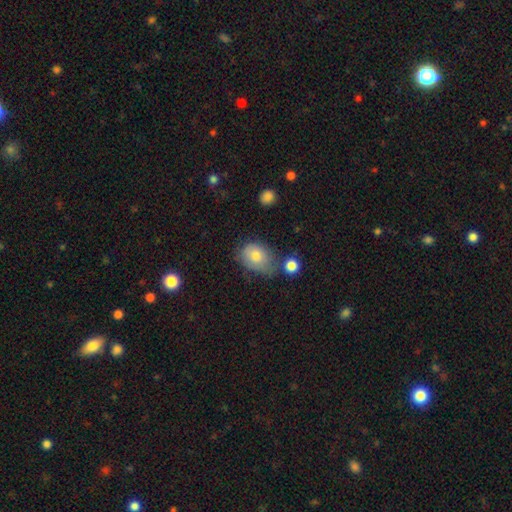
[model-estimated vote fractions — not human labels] Q: Smooth or featured?
A: smooth (75%); runner-up: featured or disk (16%)
Q: How rounded?
A: in between (68%); runner-up: round (31%)
Q: Merging?
A: none (43%); runner-up: minor disturbance (35%)